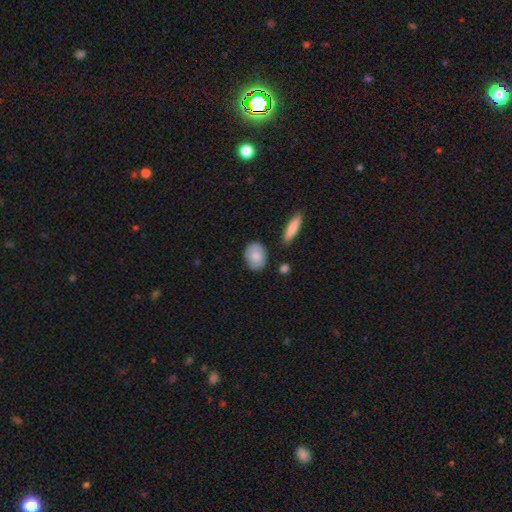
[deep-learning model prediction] A smooth galaxy with no disk features (78%) that is in between round and cigar-shaped (69%).

Vote fractions:
- Smooth or featured? smooth: 78% / featured or disk: 16% / star or artifact: 6%
- How rounded? in between: 69% / round: 29% / cigar-shaped: 2%
- Merging? none: 78% / minor disturbance: 15% / merger: 3% / major disturbance: 3%